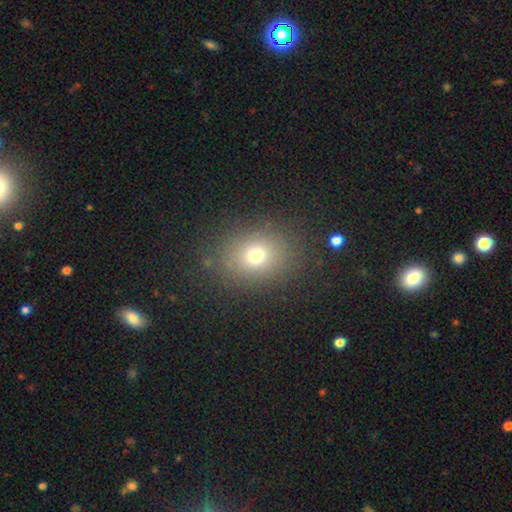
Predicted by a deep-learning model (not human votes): smooth_or_featured: smooth (p=0.72) [alt: star or artifact p=0.17]
how_rounded: round (p=0.57) [alt: in between p=0.42]
merging: none (p=0.84) [alt: minor disturbance p=0.10]